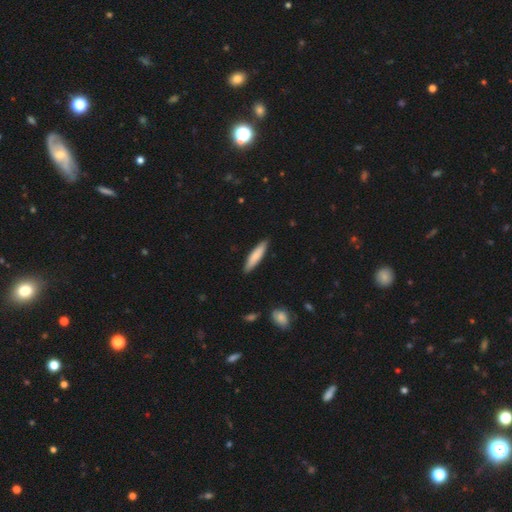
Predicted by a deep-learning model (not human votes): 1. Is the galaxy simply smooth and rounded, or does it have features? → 80% smooth, 15% featured or disk, 5% star or artifact.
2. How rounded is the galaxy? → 82% cigar-shaped, 16% in between, 1% round.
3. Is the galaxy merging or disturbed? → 89% none, 8% minor disturbance, 1% major disturbance, 1% merger.